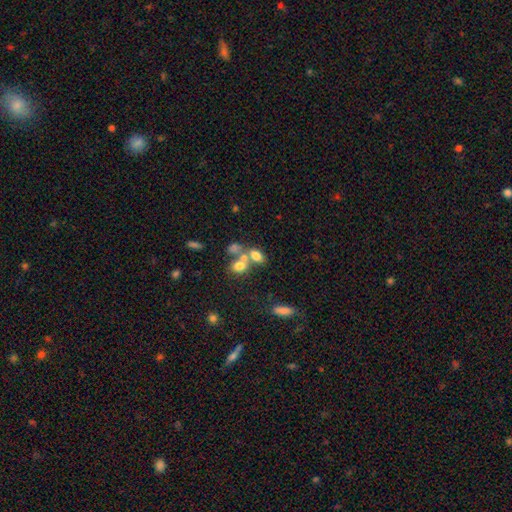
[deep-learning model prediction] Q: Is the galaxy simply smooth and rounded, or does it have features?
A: smooth — 69%.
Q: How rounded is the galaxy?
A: in between — 76%.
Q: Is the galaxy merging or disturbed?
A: merger — 51%.